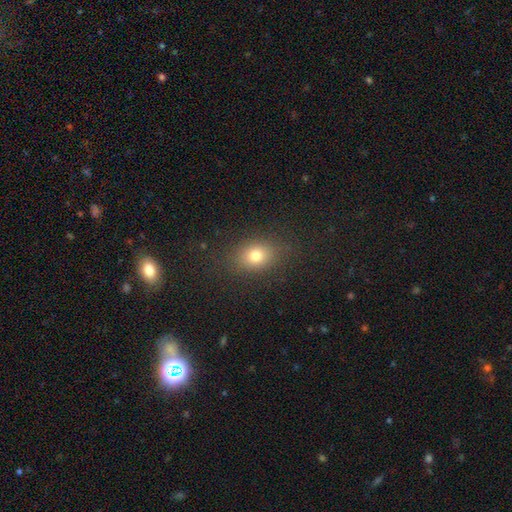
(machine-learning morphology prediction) A smooth galaxy with no disk features (77%) that is in between round and cigar-shaped (60%). Merging: none (84%).